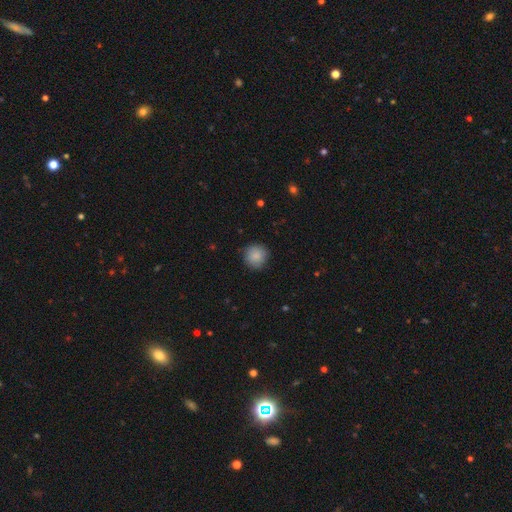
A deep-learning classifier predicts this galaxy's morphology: Overall: smooth (87%). How rounded: round (94%). Merging: none (86%).